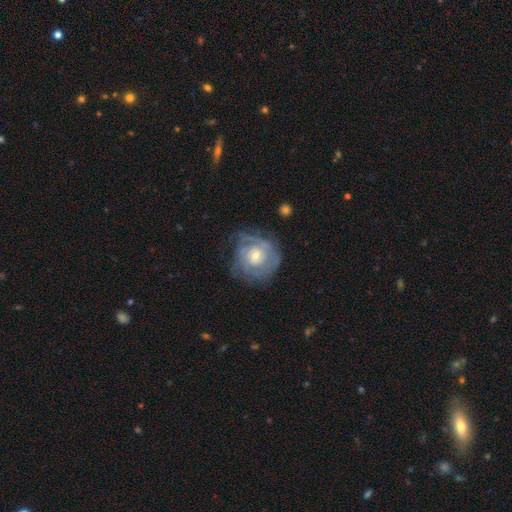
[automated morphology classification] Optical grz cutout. It shows a featured or disk galaxy (79%) with no bar (72%), tight (70%) spiral arms (89%) and a small central bulge (48%). Merging: none (67%).